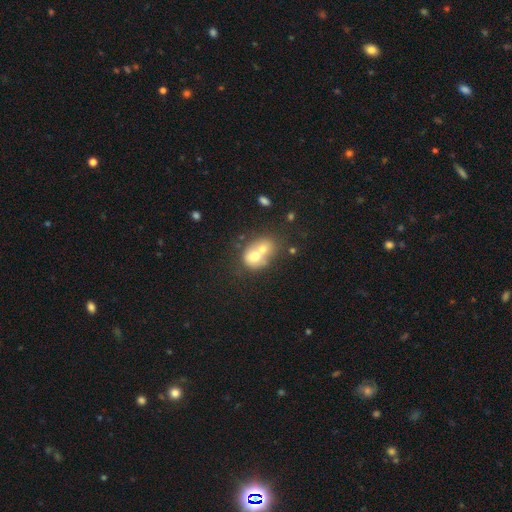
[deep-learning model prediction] Smooth or featured? Predicted: smooth (p=0.60). How rounded? Predicted: in between (p=0.50). Merging? Predicted: merger (p=0.70).